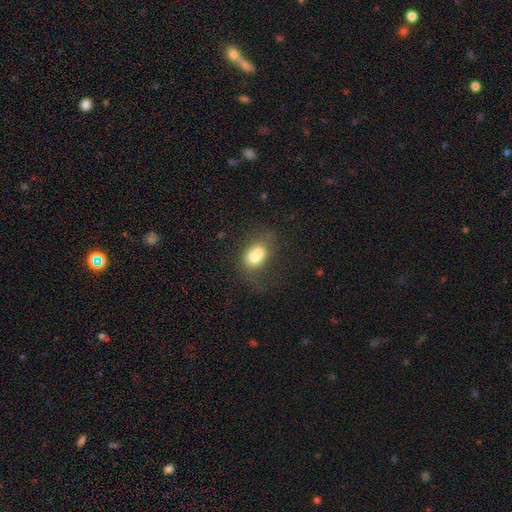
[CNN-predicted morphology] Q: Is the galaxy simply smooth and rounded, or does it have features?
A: smooth — 64%.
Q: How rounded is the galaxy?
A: in between — 54%.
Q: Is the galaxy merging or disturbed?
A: merger — 62%.